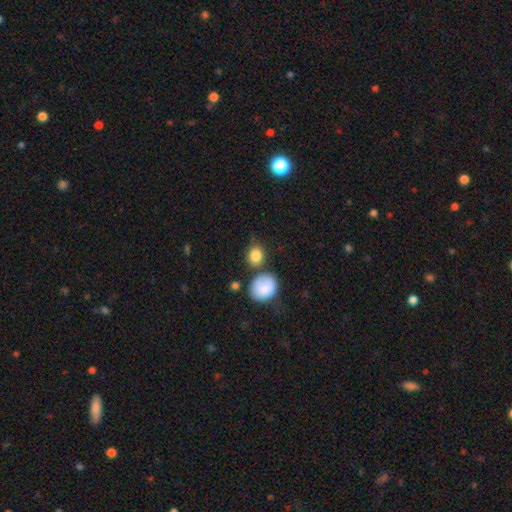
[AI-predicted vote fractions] Overall: smooth (85%). How rounded: round (70%). Merging: none (66%).